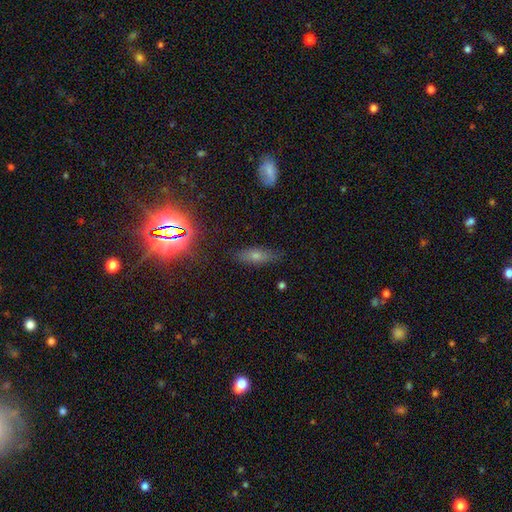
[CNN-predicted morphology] Overall: smooth (50%; star or artifact 27%). How rounded: in between (58%; cigar-shaped 37%). Merging: none (81%).